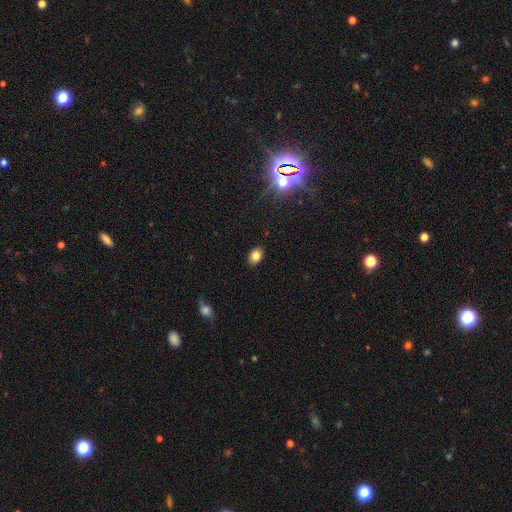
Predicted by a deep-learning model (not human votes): Smooth or featured?
  - smooth: 81% *
  - star or artifact: 12%
  - featured or disk: 7%
How rounded?
  - in between: 71% *
  - round: 28%
  - cigar-shaped: 1%
Merging?
  - none: 88% *
  - minor disturbance: 9%
  - major disturbance: 2%
  - merger: 1%